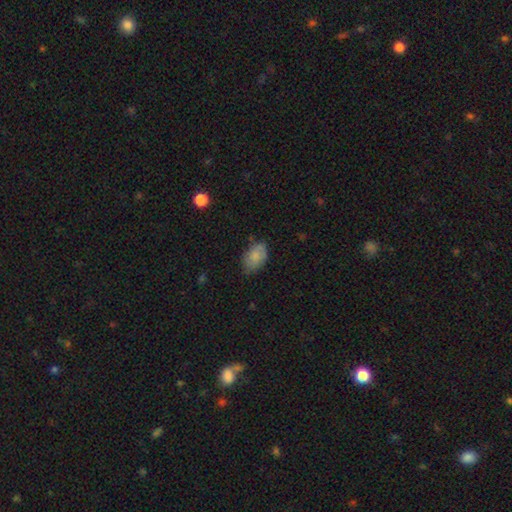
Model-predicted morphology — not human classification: This is likely a smooth galaxy (78%). How rounded: clearly in between (89%). Merging: likely none (62%).